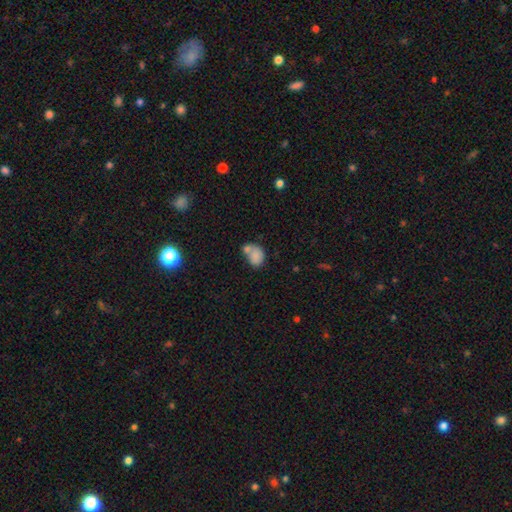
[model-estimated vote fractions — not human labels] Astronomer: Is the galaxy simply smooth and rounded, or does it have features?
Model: smooth — 78%.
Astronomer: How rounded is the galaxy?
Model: in between — 62%.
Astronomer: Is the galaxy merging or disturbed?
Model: merger — 50% (runner-up: none, 29%).